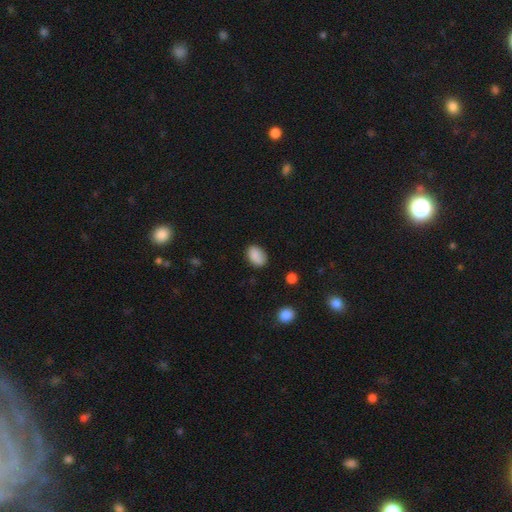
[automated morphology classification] This appears to be a smooth galaxy with no disk features (86%) that is in between round and cigar-shaped (80%). Merging: none (78%).